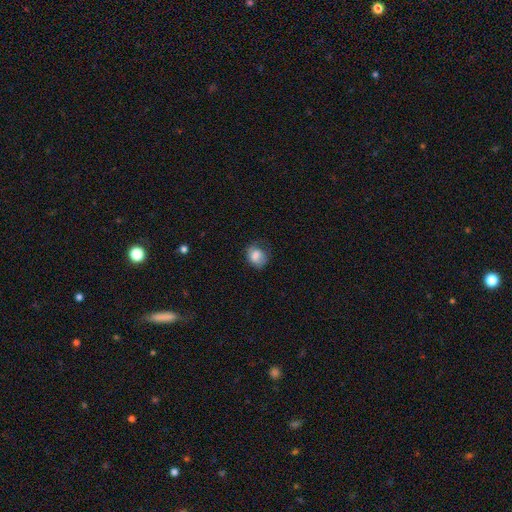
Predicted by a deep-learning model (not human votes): Overall: smooth (78%). How rounded: round (50%; in between 49%). Merging: none (55%; minor disturbance 30%).